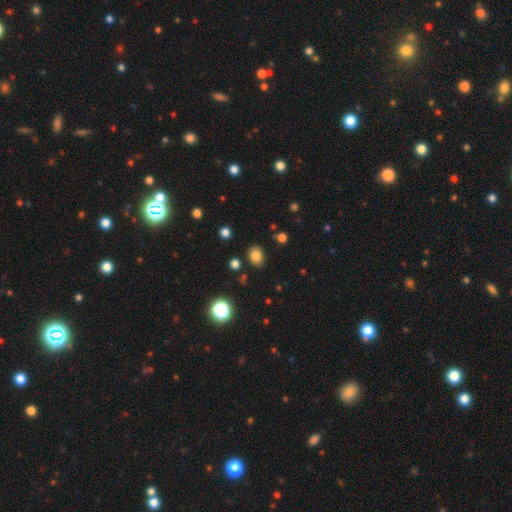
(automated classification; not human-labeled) Smooth or featured? Predicted: smooth (p=0.80). How rounded? Predicted: in between (p=0.50). Merging? Predicted: none (p=0.84).